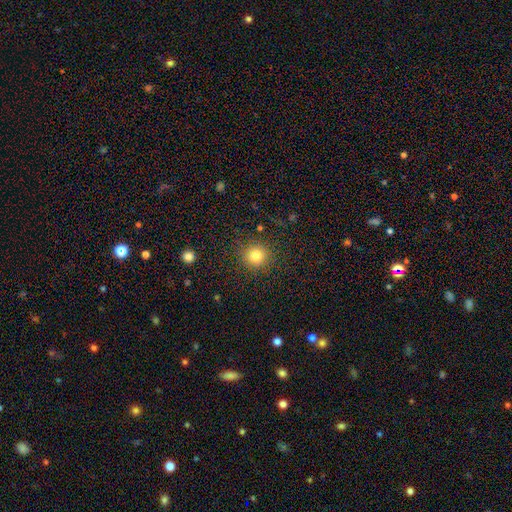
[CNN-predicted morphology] Smooth or featured? smooth (81%)
How rounded? round (90%)
Merging? none (87%)